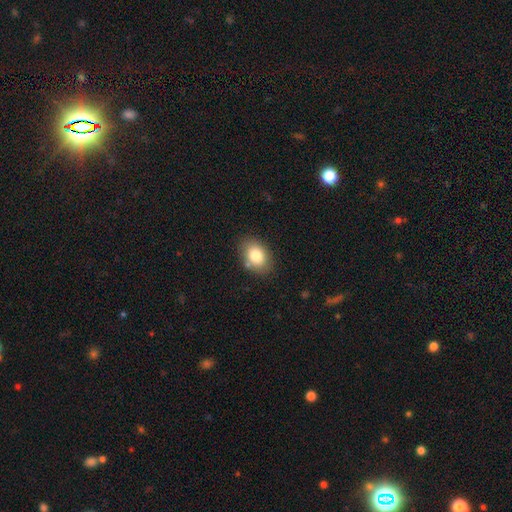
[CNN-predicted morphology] Smooth or featured? Predicted: smooth (p=0.80). How rounded? Predicted: in between (p=0.76). Merging? Predicted: none (p=0.81).